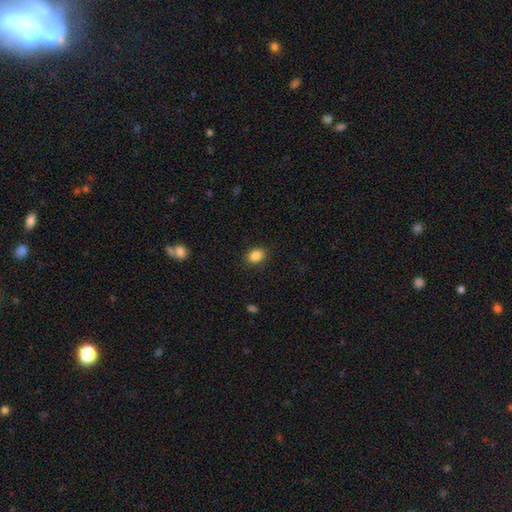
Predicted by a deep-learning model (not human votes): smooth 87%, star or artifact 9%, featured or disk 4%. Down the decision tree: how rounded — in between (58%); merging — none (88%).